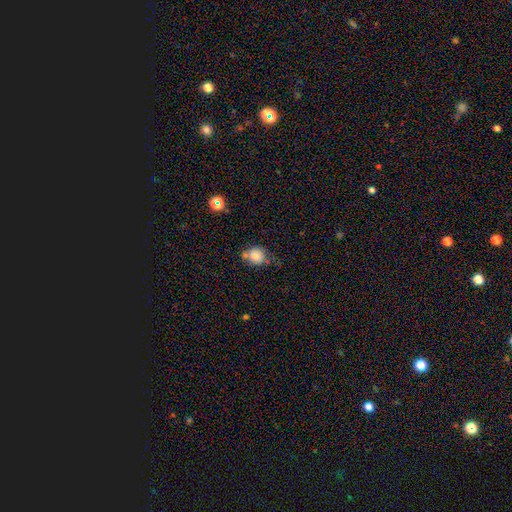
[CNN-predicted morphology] Overall: smooth (78%). How rounded: round (64%; in between 35%). Merging: none (46%; minor disturbance 26%).